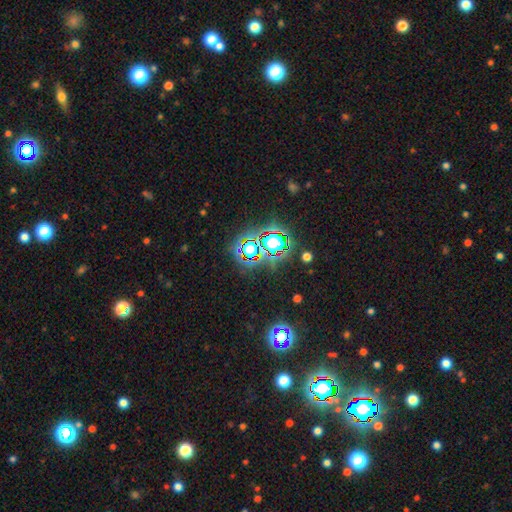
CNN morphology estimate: Overall: star or artifact (75%).